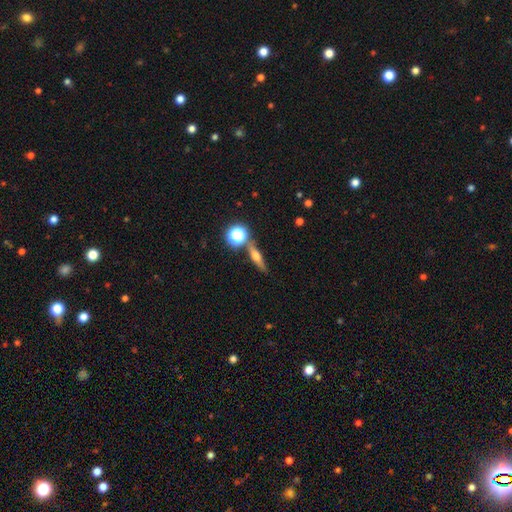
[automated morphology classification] A featured or disk galaxy (54%) viewed edge-on (92%) with a rounded central bulge (93%).

Vote fractions:
- Smooth or featured? featured or disk: 54% / smooth: 33% / star or artifact: 13%
- Edge-on disk? yes: 92% / no: 8%
- Edge-on bulge? rounded: 93% / boxy: 4% / none: 3%
- Merging? none: 78% / minor disturbance: 10% / merger: 9% / major disturbance: 3%